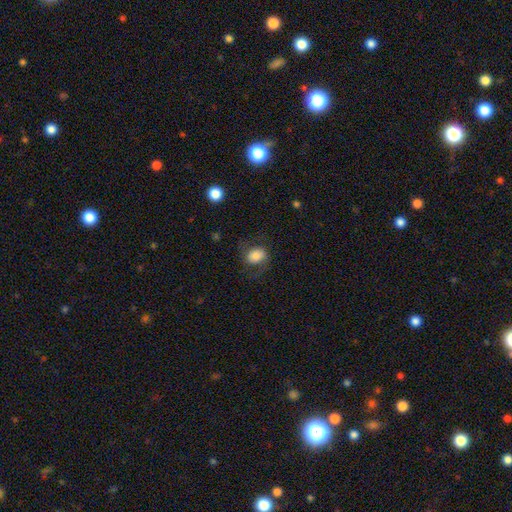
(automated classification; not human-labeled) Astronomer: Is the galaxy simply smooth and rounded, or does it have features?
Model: smooth — 69%.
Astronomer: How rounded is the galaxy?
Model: in between — 55% (runner-up: round, 44%).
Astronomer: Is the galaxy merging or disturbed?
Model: none — 66%.